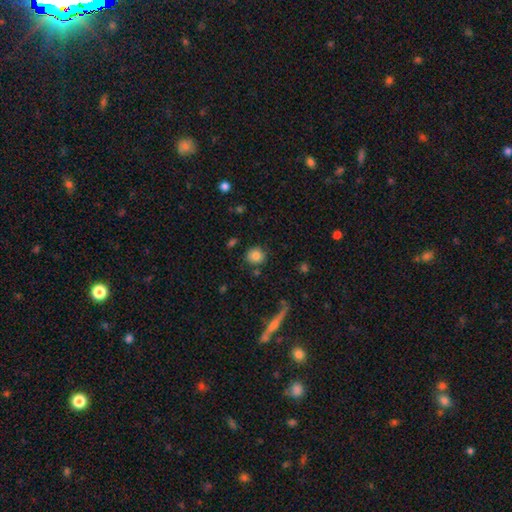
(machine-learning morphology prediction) smooth-or-featured: smooth: 82% | star or artifact: 10% | featured or disk: 8%
  how-rounded: round: 84% | in between: 15% | cigar-shaped: 1%
  merging: none: 83% | minor disturbance: 10% | merger: 4% | major disturbance: 3%